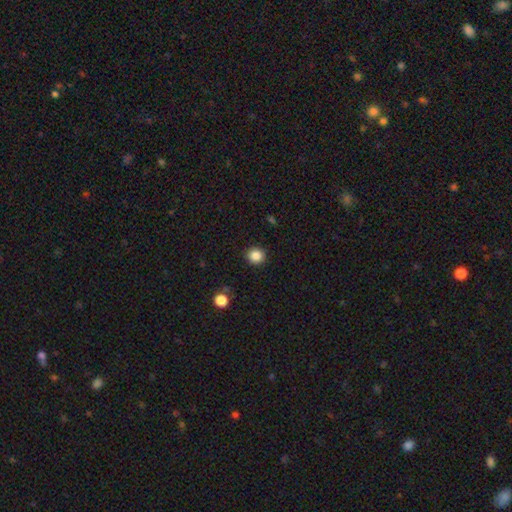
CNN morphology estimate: This appears to be a smooth galaxy with no disk features (86%) that is round (90%). Merging: none (91%).